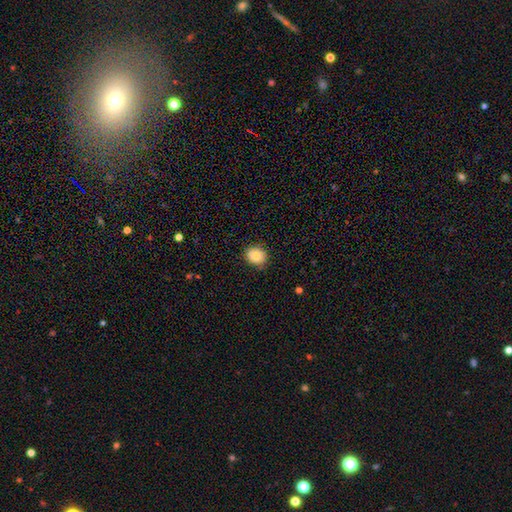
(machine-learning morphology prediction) A smooth galaxy with no disk features (84%) that is round (69%). Merging: none (84%).